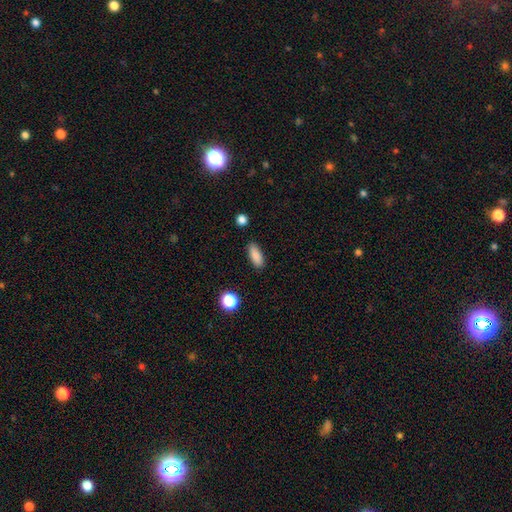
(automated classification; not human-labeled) smooth 87%, star or artifact 8%, featured or disk 5%. Down the decision tree: how rounded — in between (75%); merging — none (87%).